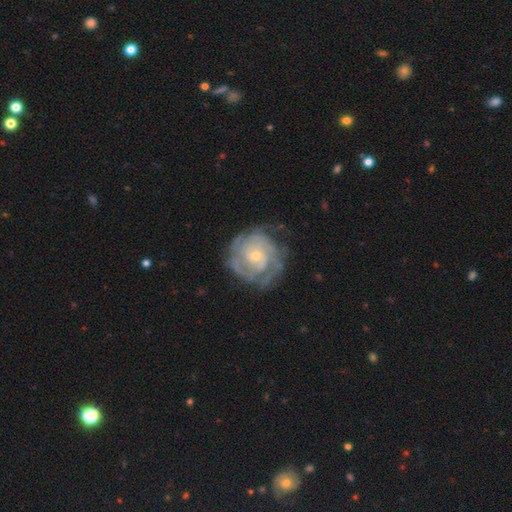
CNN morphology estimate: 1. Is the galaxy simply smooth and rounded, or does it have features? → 84% featured or disk, 10% smooth, 6% star or artifact.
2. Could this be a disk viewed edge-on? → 98% no, 2% yes.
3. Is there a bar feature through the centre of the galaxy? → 72% no, 23% weak, 5% strong.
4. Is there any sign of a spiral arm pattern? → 93% yes, 7% no.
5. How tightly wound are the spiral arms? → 73% tight, 22% medium, 5% loose.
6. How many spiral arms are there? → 40% can't tell, 20% 2, 18% 3, 11% 4, 6% more than 4, 6% 1.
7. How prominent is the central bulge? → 69% small, 27% moderate, 2% none, 1% large, 1% dominant.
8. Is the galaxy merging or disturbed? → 70% none, 19% minor disturbance, 10% major disturbance, 1% merger.